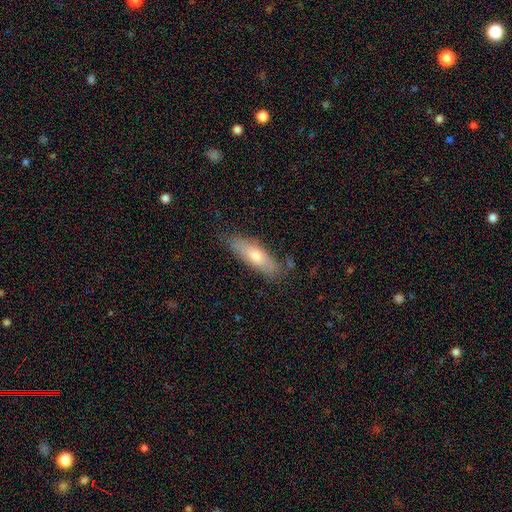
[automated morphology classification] Smooth or featured? smooth (64%)
How rounded? in between (50%)
Merging? none (77%)